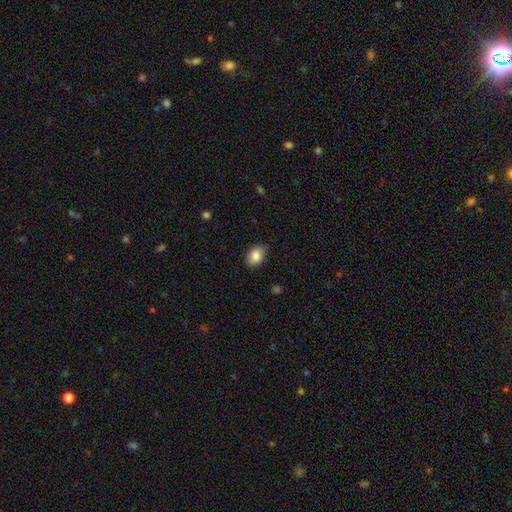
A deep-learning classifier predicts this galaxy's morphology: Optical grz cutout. It shows a smooth galaxy with no disk features (85%) that is in between round and cigar-shaped (81%). Merging: none (83%).